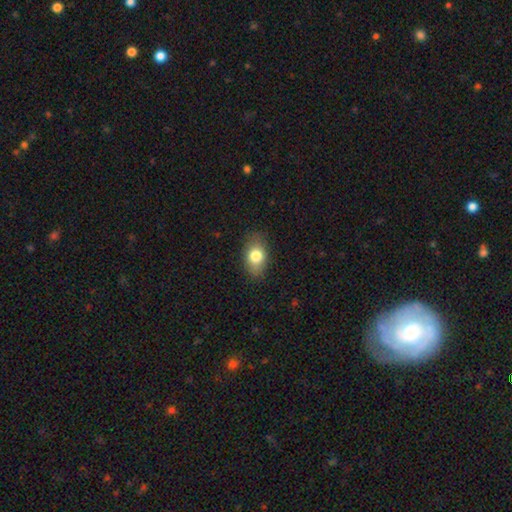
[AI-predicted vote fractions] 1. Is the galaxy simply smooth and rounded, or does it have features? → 78% smooth, 14% featured or disk, 9% star or artifact.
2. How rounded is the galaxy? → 83% in between, 15% round, 2% cigar-shaped.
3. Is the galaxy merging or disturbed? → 81% none, 14% minor disturbance, 4% major disturbance, 1% merger.